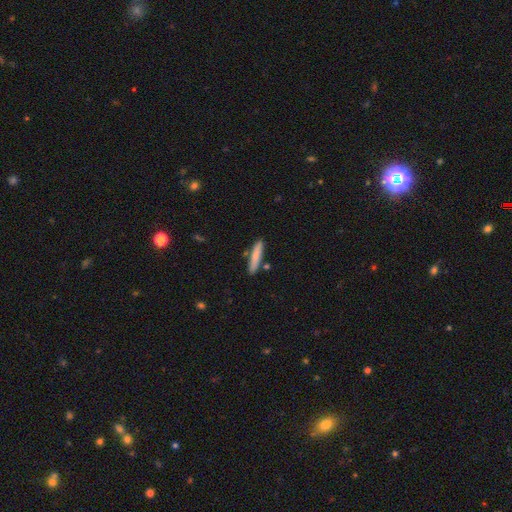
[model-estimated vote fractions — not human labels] smooth_or_featured: smooth (p=0.78) [alt: featured or disk p=0.16]
how_rounded: cigar-shaped (p=0.89) [alt: in between p=0.09]
merging: none (p=0.84) [alt: minor disturbance p=0.10]